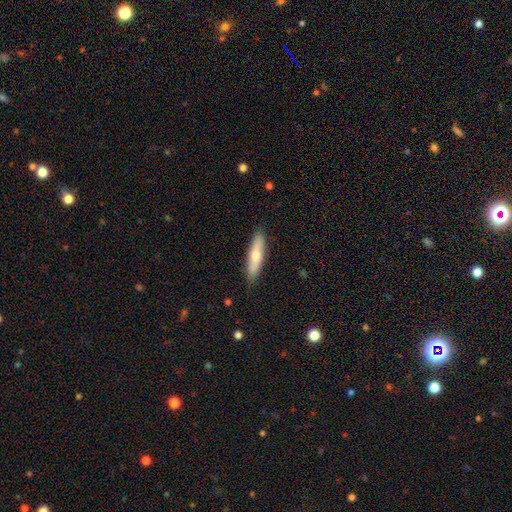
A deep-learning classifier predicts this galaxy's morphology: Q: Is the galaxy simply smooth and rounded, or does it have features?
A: smooth — 60%.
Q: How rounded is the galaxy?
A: cigar-shaped — 76%.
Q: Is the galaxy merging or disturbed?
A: none — 88%.